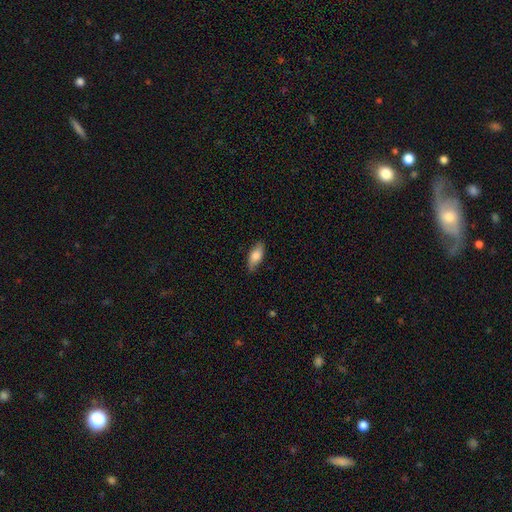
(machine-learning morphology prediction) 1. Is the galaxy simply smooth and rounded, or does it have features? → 79% smooth, 15% featured or disk, 6% star or artifact.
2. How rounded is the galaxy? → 81% in between, 16% cigar-shaped, 3% round.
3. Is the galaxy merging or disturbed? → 83% none, 14% minor disturbance, 2% major disturbance, 1% merger.